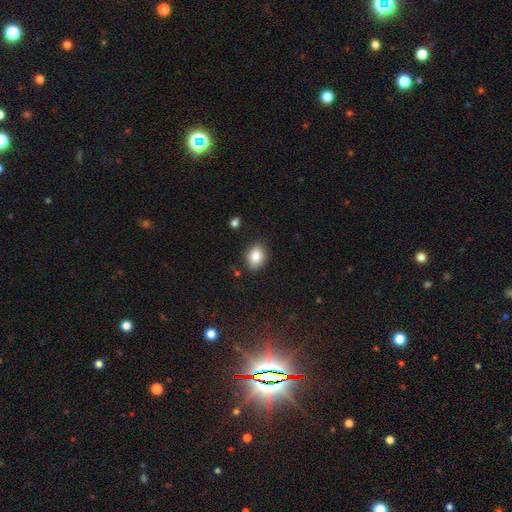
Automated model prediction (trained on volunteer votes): This appears to be a smooth galaxy with no disk features (84%) that is in between round and cigar-shaped (61%). Merging: none (84%).